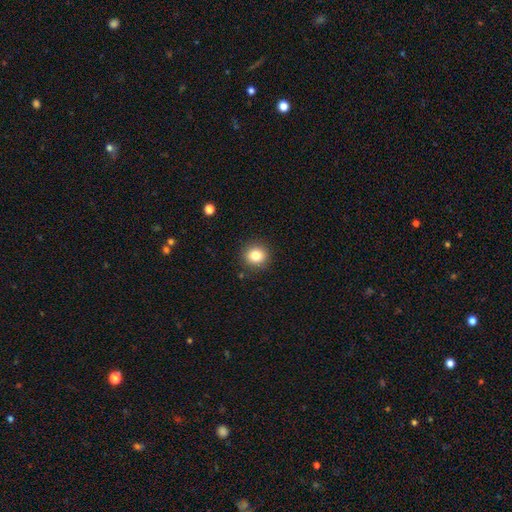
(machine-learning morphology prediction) A smooth galaxy with no disk features (83%) that is round (89%).

Vote fractions:
- Smooth or featured? smooth: 83% / star or artifact: 11% / featured or disk: 7%
- How rounded? round: 89% / in between: 10% / cigar-shaped: 1%
- Merging? none: 90% / minor disturbance: 7% / major disturbance: 2% / merger: 1%